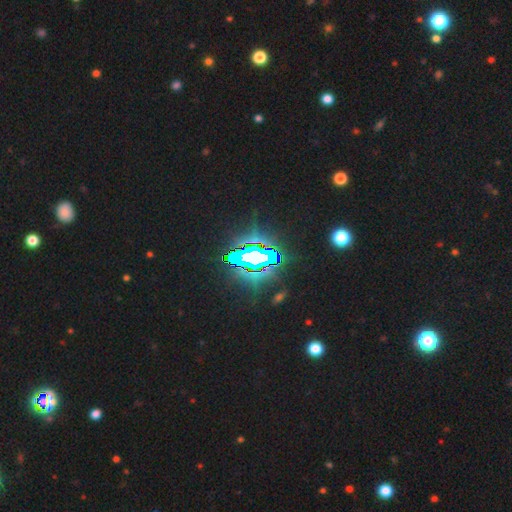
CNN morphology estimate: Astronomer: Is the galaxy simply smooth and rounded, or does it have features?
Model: star or artifact — 72%.